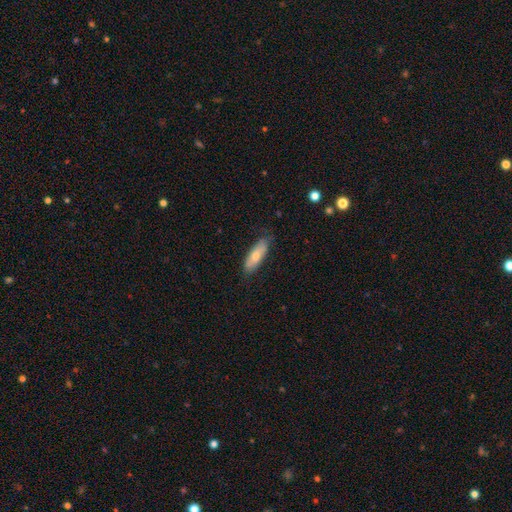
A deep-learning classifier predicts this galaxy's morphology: Q: Smooth or featured?
A: smooth (73%); runner-up: featured or disk (21%)
Q: How rounded?
A: in between (64%); runner-up: cigar-shaped (35%)
Q: Merging?
A: none (77%); runner-up: minor disturbance (19%)